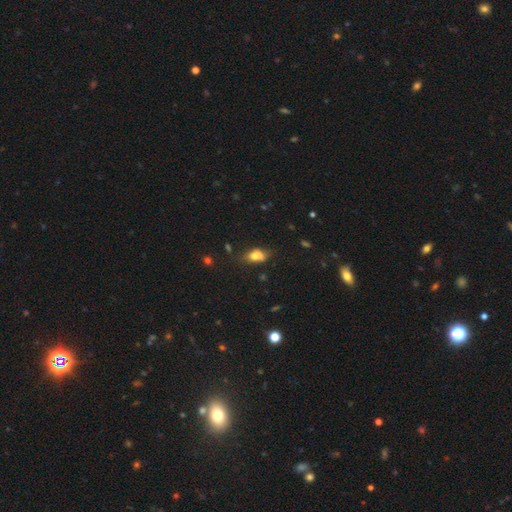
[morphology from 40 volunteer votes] Smooth or featured?
  - smooth: 68% *
  - featured or disk: 20%
  - star or artifact: 12%
How rounded?
  - in between: 78% *
  - round: 19%
  - cigar-shaped: 4%
Merging?
  - none: 46% *
  - major disturbance: 26%
  - minor disturbance: 20%
  - merger: 9%